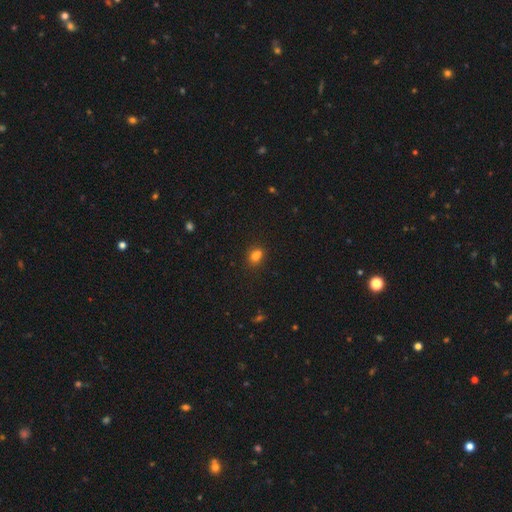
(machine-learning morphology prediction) A smooth galaxy with no disk features (78%) that is in between round and cigar-shaped (60%).

Vote fractions:
- Smooth or featured? smooth: 78% / star or artifact: 14% / featured or disk: 8%
- How rounded? in between: 60% / round: 38% / cigar-shaped: 2%
- Merging? none: 62% / merger: 19% / minor disturbance: 15% / major disturbance: 4%